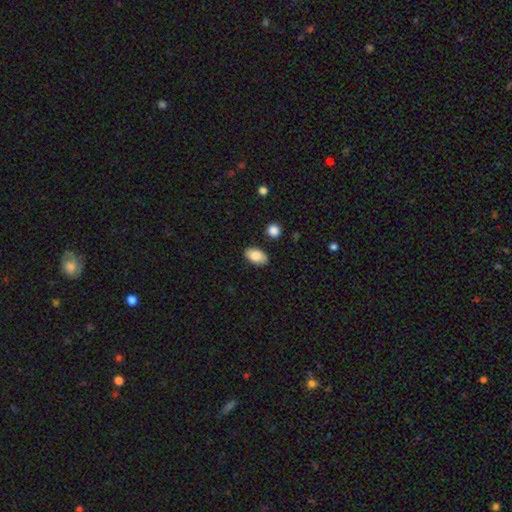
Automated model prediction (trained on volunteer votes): smooth_or_featured: smooth (p=0.86) [alt: featured or disk p=0.07]
how_rounded: in between (p=0.92) [alt: round p=0.06]
merging: none (p=0.85) [alt: minor disturbance p=0.11]